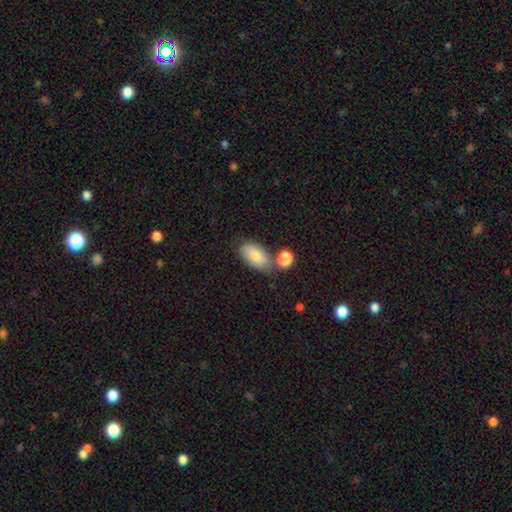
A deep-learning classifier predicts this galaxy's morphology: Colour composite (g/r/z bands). It shows a smooth galaxy with no disk features (82%) that is in between round and cigar-shaped (93%). Merging: none (62%).